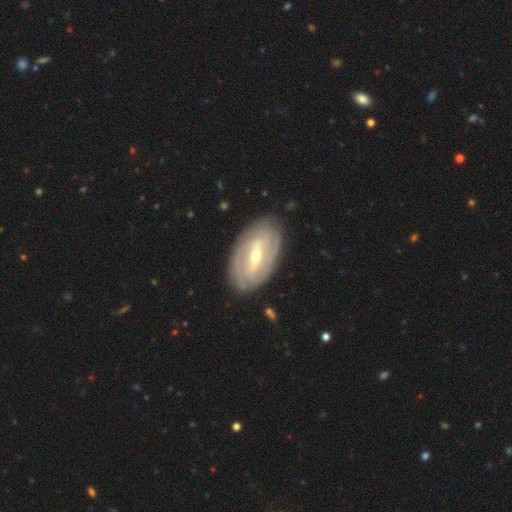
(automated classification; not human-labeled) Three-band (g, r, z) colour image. It shows a featured or disk galaxy (79%) with a strong bar (53%), 2 (40%) tight (69%) spiral arms (78%) and a moderate central bulge (57%). Merging: none (84%).